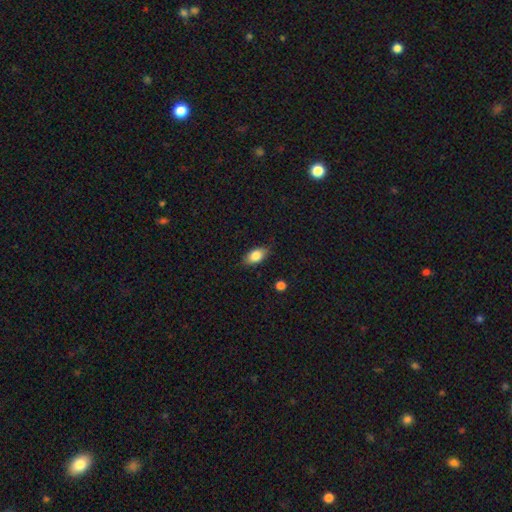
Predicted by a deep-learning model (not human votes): Overall: smooth (82%). How rounded: in between (89%). Merging: none (82%).